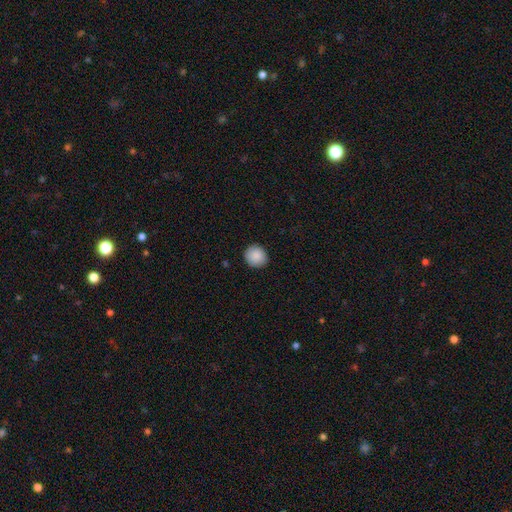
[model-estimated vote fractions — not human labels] smooth-or-featured: smooth: 89% | star or artifact: 8% | featured or disk: 4%
  how-rounded: round: 92% | in between: 7% | cigar-shaped: 1%
  merging: none: 90% | minor disturbance: 7% | major disturbance: 2% | merger: 1%